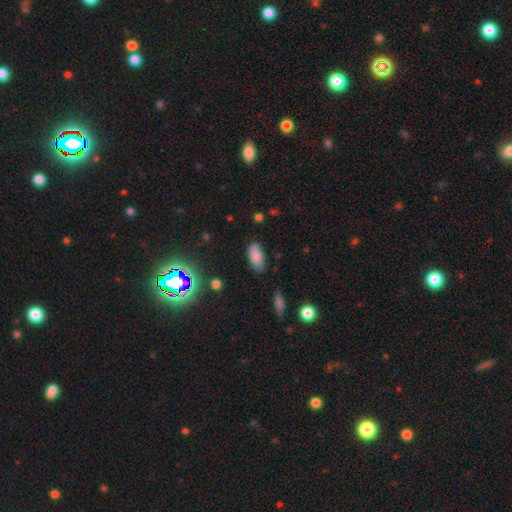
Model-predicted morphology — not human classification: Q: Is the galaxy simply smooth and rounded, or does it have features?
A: smooth — 82%.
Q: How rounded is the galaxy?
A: in between — 91%.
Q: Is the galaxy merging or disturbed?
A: none — 77%.